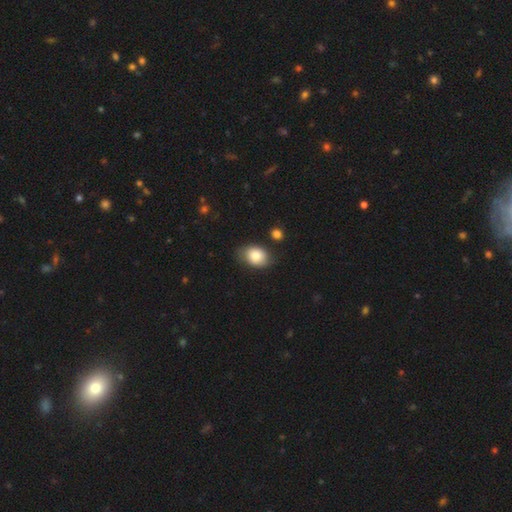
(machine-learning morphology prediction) type=smooth (81%); roundness=in between (72%); merging=none (72%).